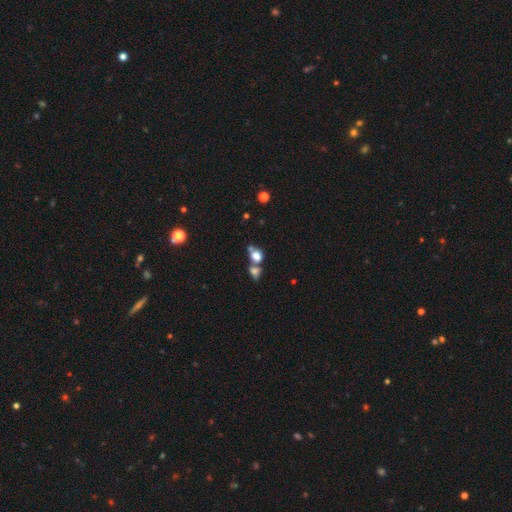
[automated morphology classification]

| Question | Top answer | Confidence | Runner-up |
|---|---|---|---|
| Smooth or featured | smooth | 73% | star or artifact (14%) |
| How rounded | round | 53% | in between (45%) |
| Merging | merger | 50% | none (33%) |